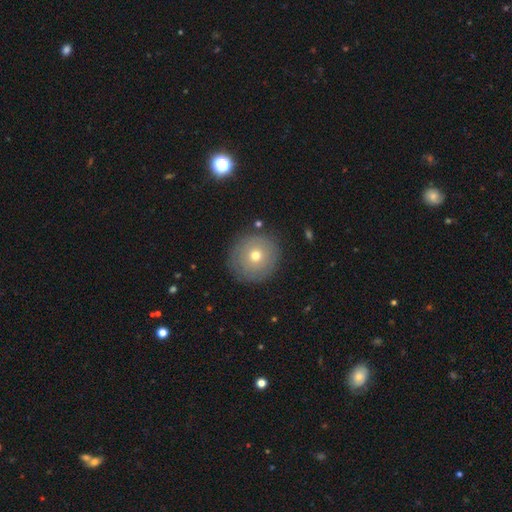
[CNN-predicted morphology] This is likely a smooth galaxy (62%). How rounded: clearly round (93%). Merging: clearly none (86%).